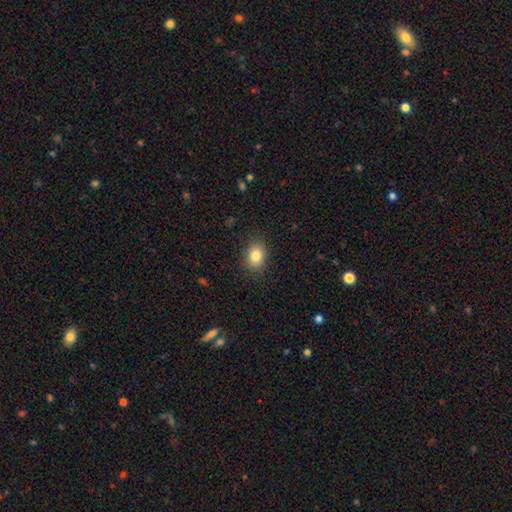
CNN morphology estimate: A smooth galaxy with no disk features (84%) that is in between round and cigar-shaped (67%).

Vote fractions:
- Smooth or featured? smooth: 84% / star or artifact: 9% / featured or disk: 7%
- How rounded? in between: 67% / round: 32% / cigar-shaped: 1%
- Merging? none: 86% / minor disturbance: 10% / major disturbance: 3% / merger: 1%